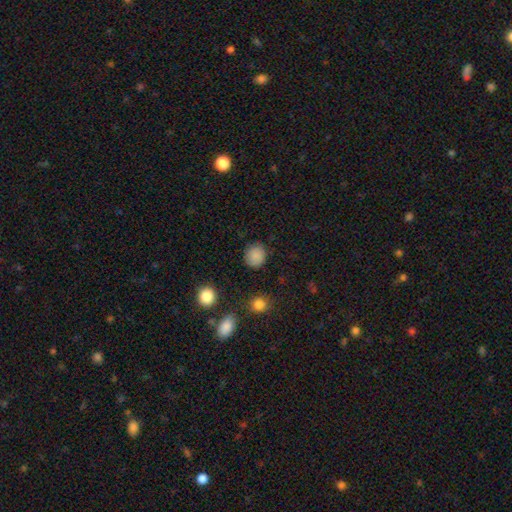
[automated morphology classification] Smooth or featured?
  - smooth: 86% *
  - star or artifact: 10%
  - featured or disk: 4%
How rounded?
  - round: 82% *
  - in between: 17%
  - cigar-shaped: 1%
Merging?
  - none: 86% *
  - minor disturbance: 10%
  - major disturbance: 3%
  - merger: 1%